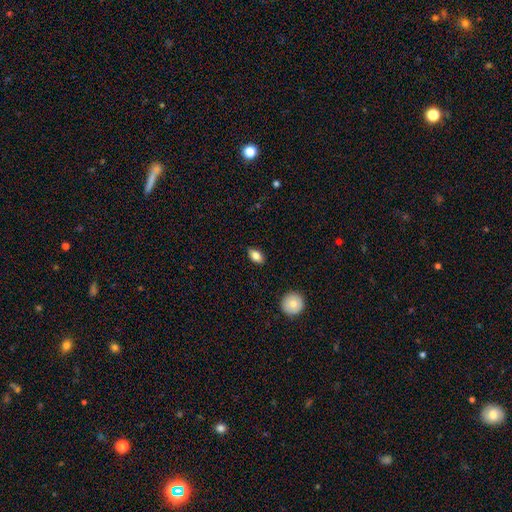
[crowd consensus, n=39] Morphology: type=smooth (82%); roundness=in between (91%); merging=none (89%).